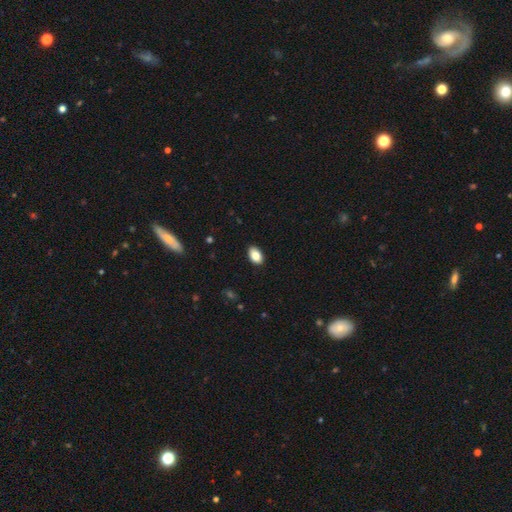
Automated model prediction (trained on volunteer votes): A smooth galaxy with no disk features (84%) that is in between round and cigar-shaped (91%).

Vote fractions:
- Smooth or featured? smooth: 84% / featured or disk: 8% / star or artifact: 8%
- How rounded? in between: 91% / round: 8% / cigar-shaped: 1%
- Merging? none: 89% / minor disturbance: 9% / major disturbance: 2% / merger: 1%